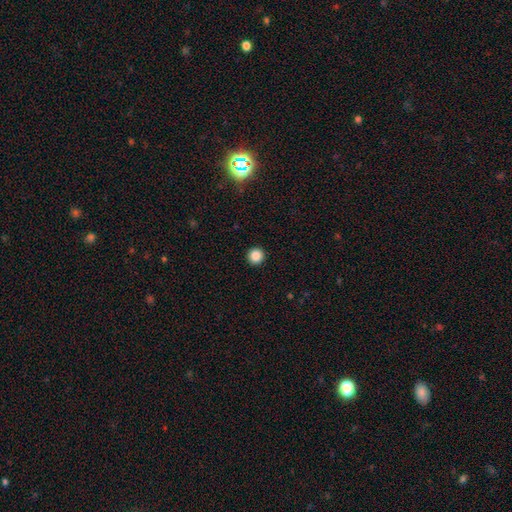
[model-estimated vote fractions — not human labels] Smooth or featured? Predicted: smooth (p=0.87). How rounded? Predicted: round (p=0.95). Merging? Predicted: none (p=0.94).